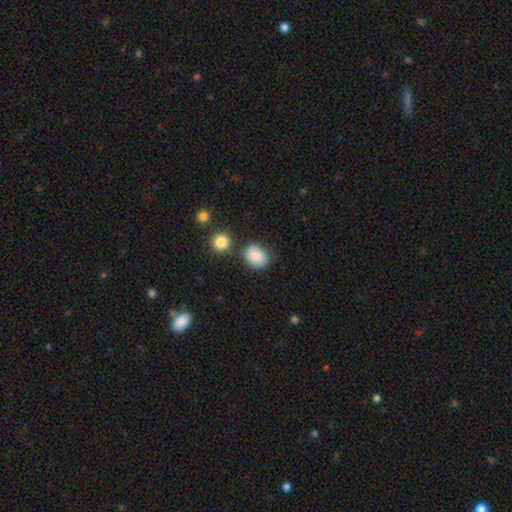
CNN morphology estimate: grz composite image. It shows a smooth galaxy with no disk features (81%) that is round (55%). Merging: none (75%).